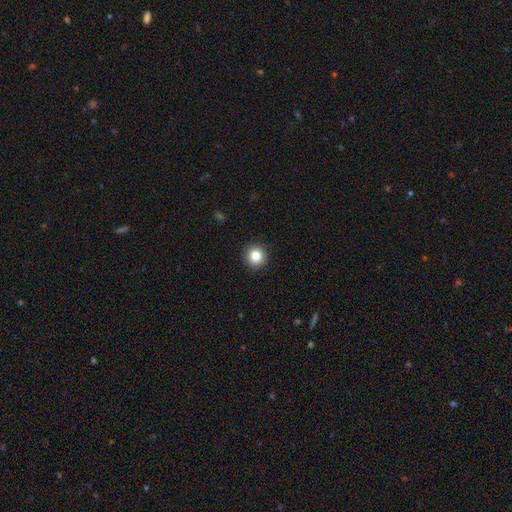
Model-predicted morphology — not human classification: smooth 85%, star or artifact 10%, featured or disk 5%. Down the decision tree: how rounded — round (92%); merging — none (92%).